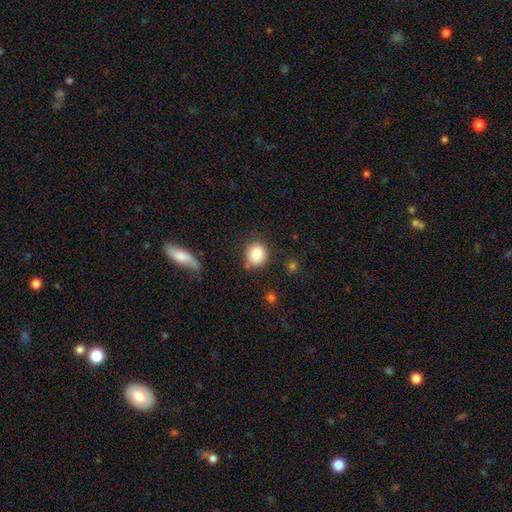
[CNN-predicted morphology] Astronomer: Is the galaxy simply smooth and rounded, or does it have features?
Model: smooth — 85%.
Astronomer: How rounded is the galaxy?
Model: round — 76%.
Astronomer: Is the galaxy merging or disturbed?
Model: none — 75%.